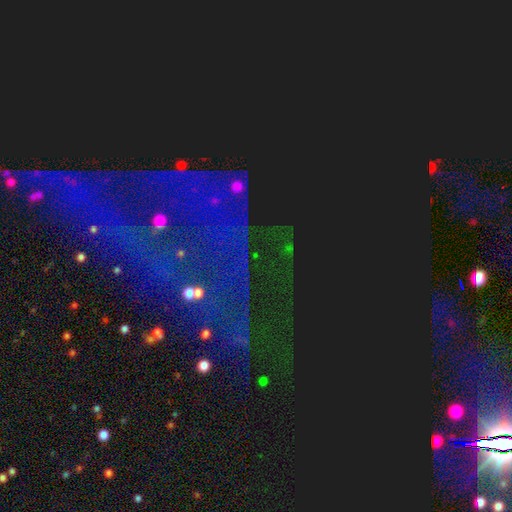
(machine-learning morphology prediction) Overall: star or artifact (81%).